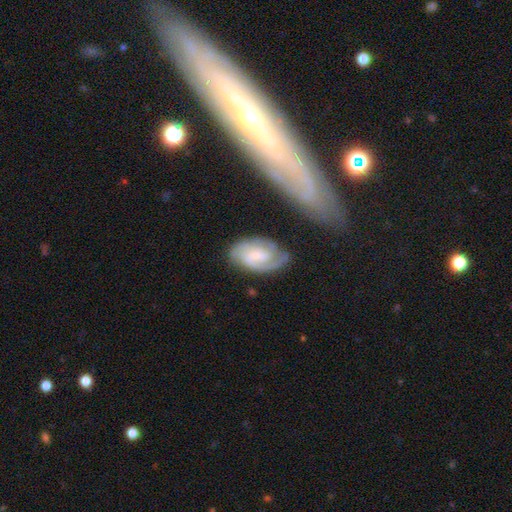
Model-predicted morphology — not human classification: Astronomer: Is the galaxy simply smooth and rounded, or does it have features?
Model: featured or disk — 77%.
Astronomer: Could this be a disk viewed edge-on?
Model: no — 96%.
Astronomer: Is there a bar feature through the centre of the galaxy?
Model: no — 45% (runner-up: weak, 44%).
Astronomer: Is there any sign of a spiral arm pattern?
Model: yes — 95%.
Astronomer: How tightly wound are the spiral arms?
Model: tight — 53% (runner-up: medium, 37%).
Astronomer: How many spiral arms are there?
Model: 2 — 46%.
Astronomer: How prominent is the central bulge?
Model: small — 61%.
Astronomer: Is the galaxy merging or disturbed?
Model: none — 66%.